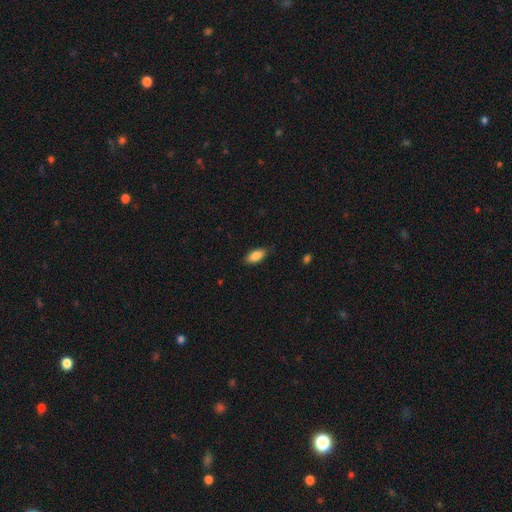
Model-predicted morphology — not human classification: smooth 86%, featured or disk 8%, star or artifact 7%. Down the decision tree: how rounded — in between (87%); merging — none (83%).